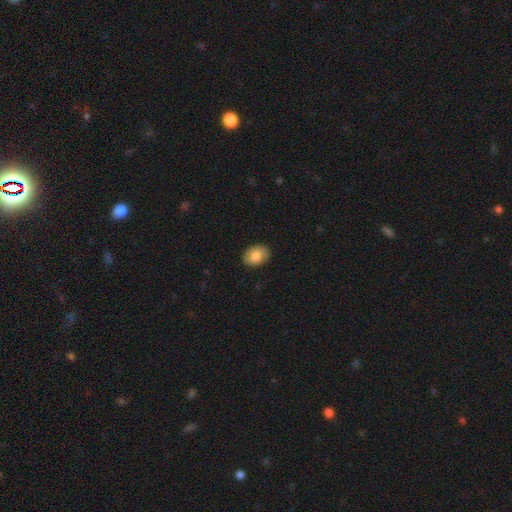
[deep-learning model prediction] Overall: smooth (81%). How rounded: in between (72%). Merging: none (88%).